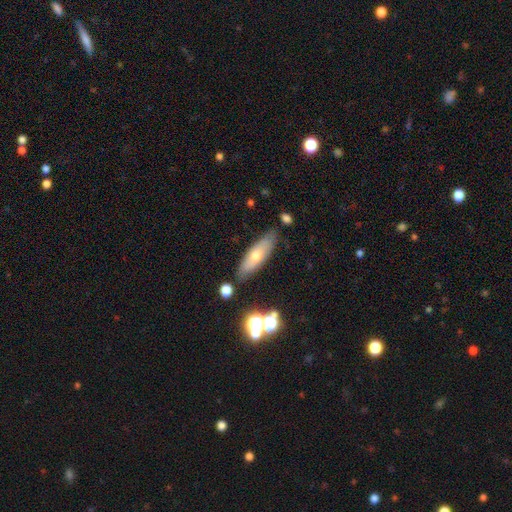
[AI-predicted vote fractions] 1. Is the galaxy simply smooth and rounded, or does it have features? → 59% smooth, 32% featured or disk, 9% star or artifact.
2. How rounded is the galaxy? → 52% cigar-shaped, 45% in between, 3% round.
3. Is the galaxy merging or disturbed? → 81% none, 12% minor disturbance, 4% merger, 3% major disturbance.